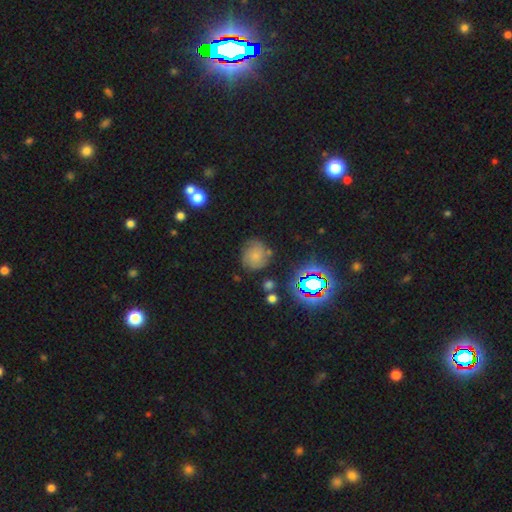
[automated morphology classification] Smooth or featured? smooth (57%)
How rounded? round (84%)
Merging? none (69%)